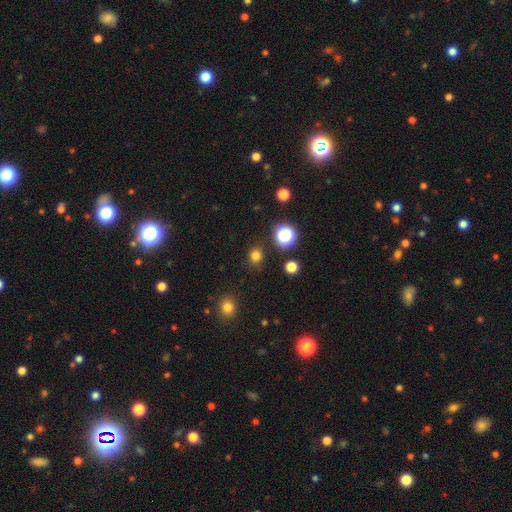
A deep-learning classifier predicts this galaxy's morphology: smooth 77%, star or artifact 19%, featured or disk 4%. Down the decision tree: how rounded — round (83%); merging — none (87%).